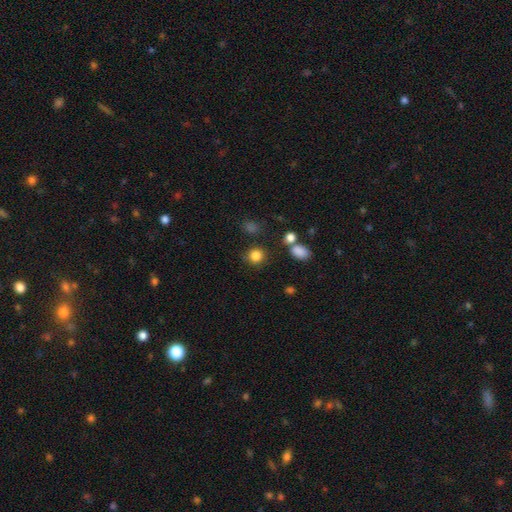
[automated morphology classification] smooth_or_featured: smooth (p=0.84) [alt: star or artifact p=0.12]
how_rounded: round (p=0.86) [alt: in between p=0.13]
merging: none (p=0.82) [alt: minor disturbance p=0.09]